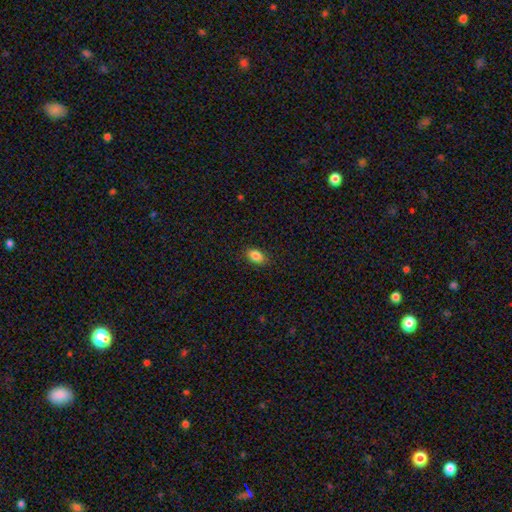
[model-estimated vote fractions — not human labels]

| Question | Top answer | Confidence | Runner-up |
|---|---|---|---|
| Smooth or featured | smooth | 86% | star or artifact (8%) |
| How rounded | in between | 87% | round (11%) |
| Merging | none | 88% | minor disturbance (9%) |